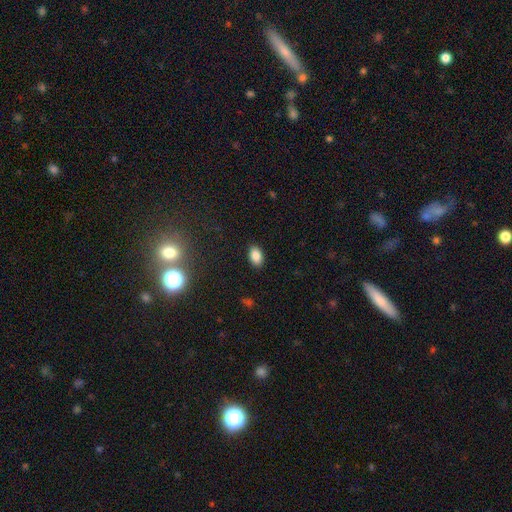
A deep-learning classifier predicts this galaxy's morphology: smooth-or-featured: smooth: 85% | star or artifact: 10% | featured or disk: 5%
  how-rounded: in between: 90% | round: 8% | cigar-shaped: 1%
  merging: none: 89% | minor disturbance: 8% | major disturbance: 2% | merger: 1%